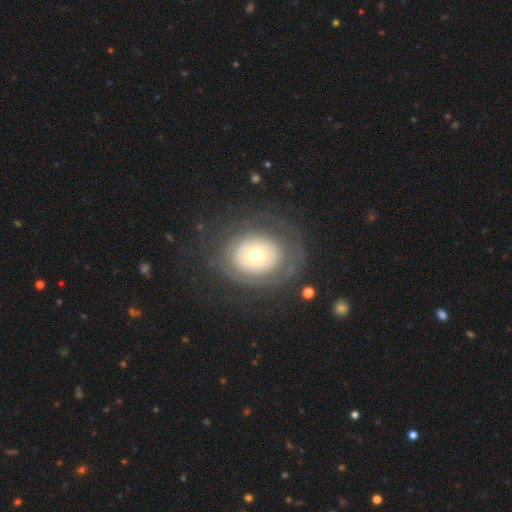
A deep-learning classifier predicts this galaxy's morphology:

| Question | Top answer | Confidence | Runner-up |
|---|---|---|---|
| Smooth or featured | featured or disk | 55% | smooth (37%) |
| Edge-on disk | no | 96% | yes (4%) |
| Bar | no | 90% | weak (7%) |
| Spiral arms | no | 65% | yes (35%) |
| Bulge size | moderate | 50% | small (38%) |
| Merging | none | 73% | minor disturbance (14%) |